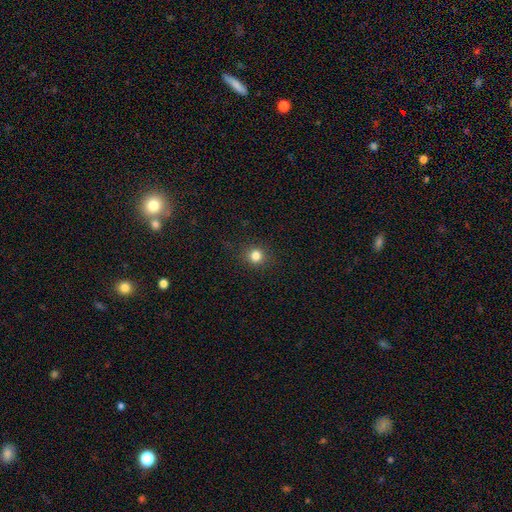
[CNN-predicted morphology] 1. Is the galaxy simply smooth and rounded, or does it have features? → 82% smooth, 13% star or artifact, 5% featured or disk.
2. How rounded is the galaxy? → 88% round, 11% in between, 1% cigar-shaped.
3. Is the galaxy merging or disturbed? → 90% none, 7% minor disturbance, 2% major disturbance, 1% merger.